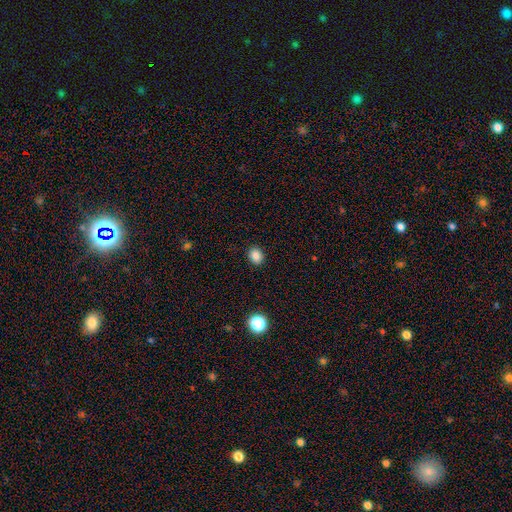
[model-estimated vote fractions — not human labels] Overall: smooth (85%). How rounded: round (56%; in between 43%). Merging: none (90%).